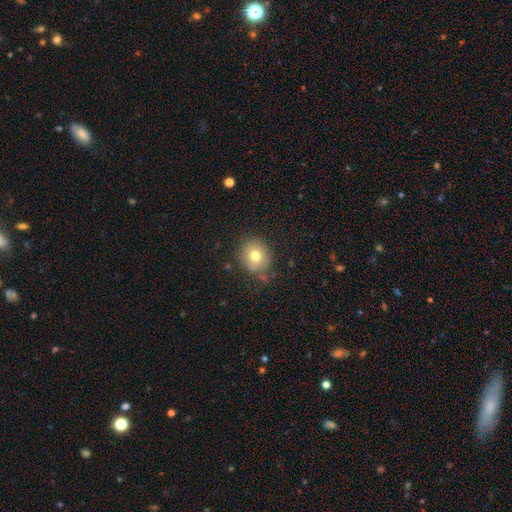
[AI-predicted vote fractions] This is likely a smooth galaxy (74%). How rounded: likely round (79%). Merging: likely none (76%).